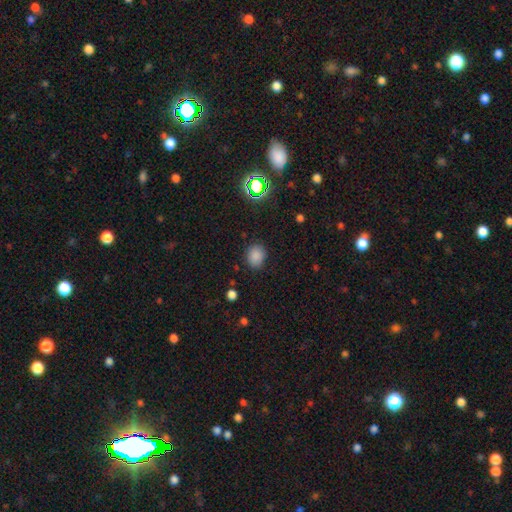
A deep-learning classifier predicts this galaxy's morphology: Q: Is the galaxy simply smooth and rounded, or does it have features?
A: smooth — 82%.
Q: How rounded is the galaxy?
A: round — 63%.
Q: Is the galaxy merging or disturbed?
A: none — 84%.